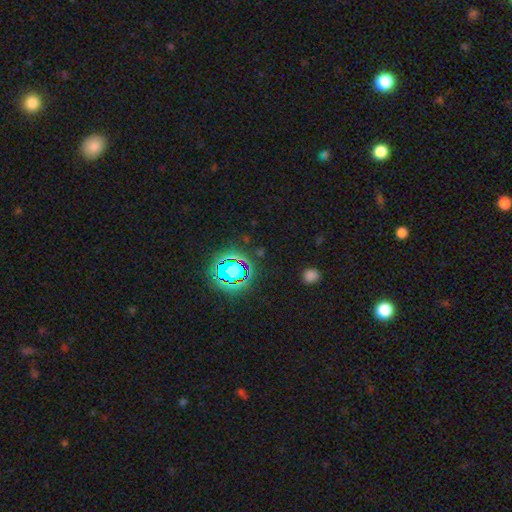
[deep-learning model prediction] Q: Smooth or featured?
A: star or artifact (74%); runner-up: smooth (17%)